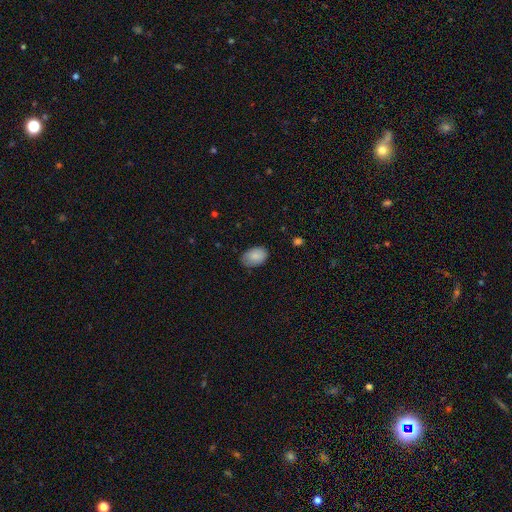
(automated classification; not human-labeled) Q: Smooth or featured?
A: smooth (85%); runner-up: featured or disk (8%)
Q: How rounded?
A: in between (89%); runner-up: round (10%)
Q: Merging?
A: none (77%); runner-up: minor disturbance (19%)